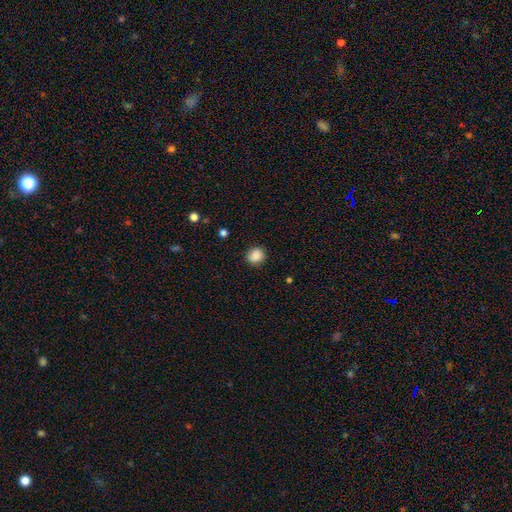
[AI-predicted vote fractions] Smooth or featured? smooth (88%)
How rounded? round (80%)
Merging? none (87%)